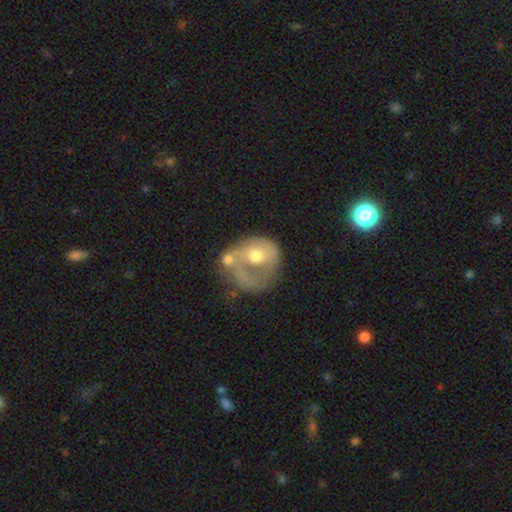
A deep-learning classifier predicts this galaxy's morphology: Smooth or featured: featured or disk — 52% (smooth — 40%)
Edge-on disk: no — 97% (yes — 3%)
Bar: no — 82% (weak — 14%)
Spiral arms: no — 70% (yes — 30%)
Bulge size: moderate — 69% (small — 19%)
Merging: major disturbance — 33% (merger — 27%)